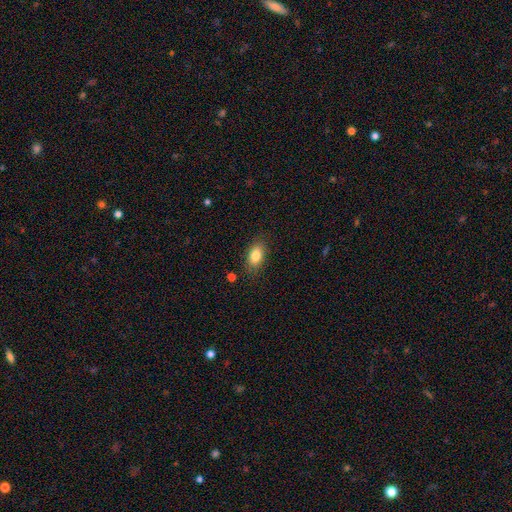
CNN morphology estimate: The model was most divided on "merging": none: 84%, minor disturbance: 12%, major disturbance: 3%, merger: 1%. More confident: how rounded — in between (89%); smooth or featured — smooth (83%).